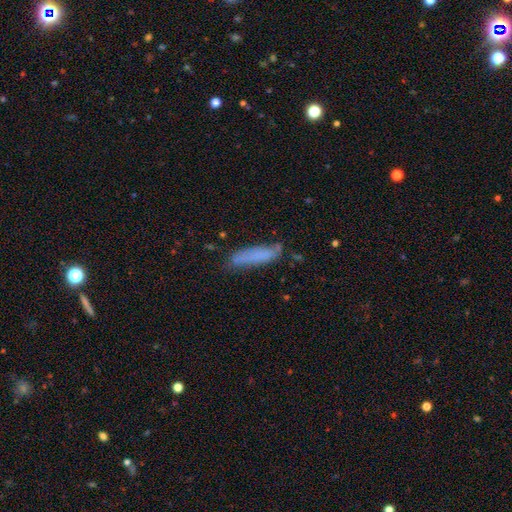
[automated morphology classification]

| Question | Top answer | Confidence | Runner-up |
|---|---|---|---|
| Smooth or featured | smooth | 74% | featured or disk (18%) |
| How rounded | cigar-shaped | 79% | in between (19%) |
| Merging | none | 68% | minor disturbance (23%) |